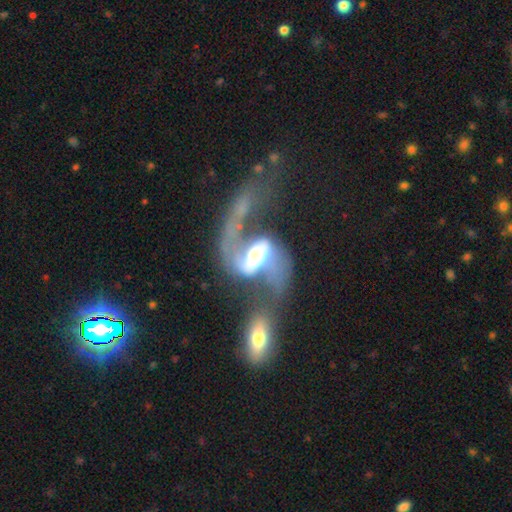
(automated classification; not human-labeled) Smooth or featured: featured or disk — 85% (smooth — 9%)
Edge-on disk: no — 95% (yes — 5%)
Bar: strong — 55% (weak — 33%)
Spiral arms: yes — 92% (no — 8%)
Spiral winding: loose — 73% (medium — 22%)
Spiral arm count: 2 — 87% (1 — 7%)
Bulge size: moderate — 46% (large — 35%)
Merging: merger — 52% (none — 20%)